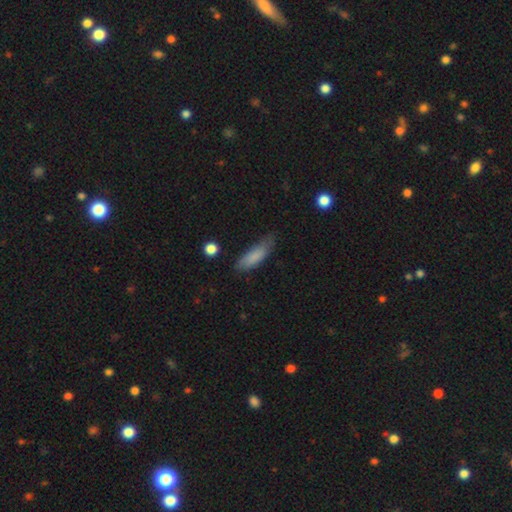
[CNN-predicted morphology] A smooth galaxy with no disk features (80%) that is in between round and cigar-shaped (51%).

Vote fractions:
- Smooth or featured? smooth: 80% / featured or disk: 13% / star or artifact: 7%
- How rounded? in between: 51% / cigar-shaped: 47% / round: 2%
- Merging? none: 64% / minor disturbance: 28% / major disturbance: 6% / merger: 2%